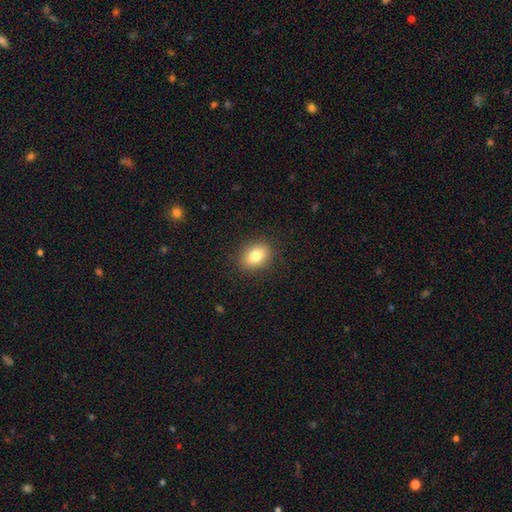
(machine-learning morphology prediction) smooth_or_featured: smooth (p=0.81) [alt: featured or disk p=0.10]
how_rounded: in between (p=0.71) [alt: round p=0.27]
merging: none (p=0.88) [alt: minor disturbance p=0.08]